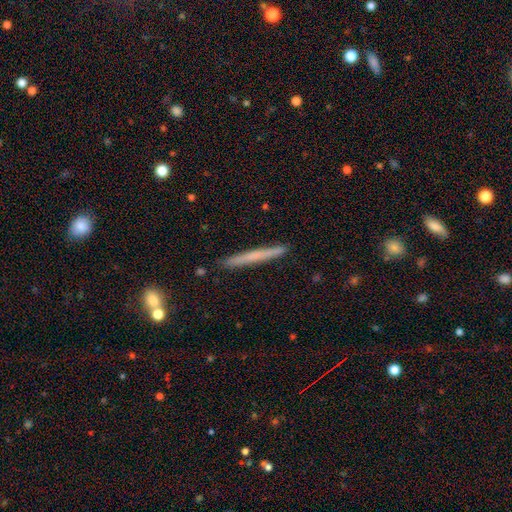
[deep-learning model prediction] Smooth or featured?
  - smooth: 57% *
  - featured or disk: 37%
  - star or artifact: 7%
How rounded?
  - cigar-shaped: 97% *
  - in between: 2%
  - round: 1%
Merging?
  - none: 91% *
  - minor disturbance: 6%
  - merger: 1%
  - major disturbance: 1%